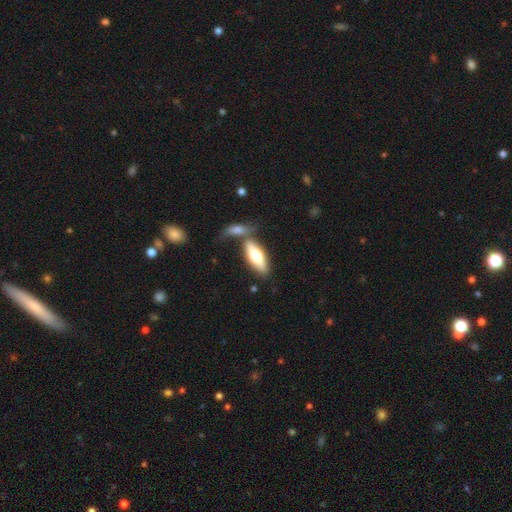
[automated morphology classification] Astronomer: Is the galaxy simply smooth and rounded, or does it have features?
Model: smooth — 64%.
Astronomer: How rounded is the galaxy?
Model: in between — 70%.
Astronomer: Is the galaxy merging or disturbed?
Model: none — 47% (runner-up: merger, 33%).